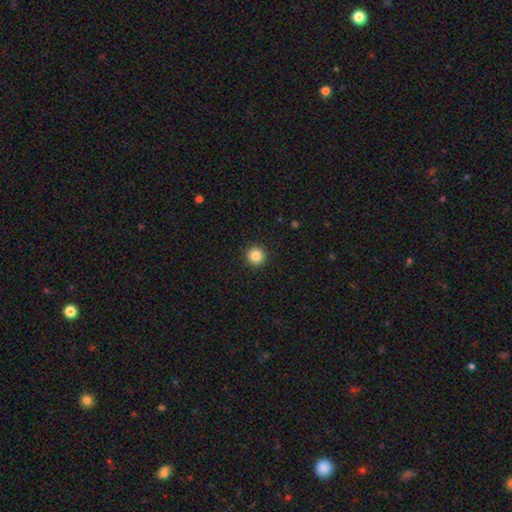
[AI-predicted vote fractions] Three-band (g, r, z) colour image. It shows a smooth galaxy with no disk features (85%) that is round (95%). Merging: none (93%).